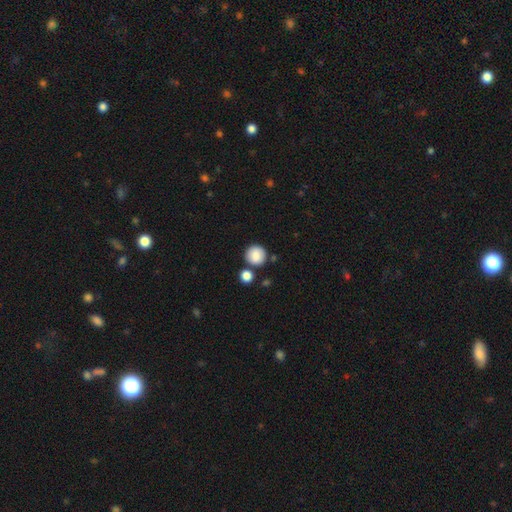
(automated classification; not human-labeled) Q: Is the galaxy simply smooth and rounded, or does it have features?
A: smooth — 85%.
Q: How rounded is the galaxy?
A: round — 93%.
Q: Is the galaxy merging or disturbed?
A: none — 78%.